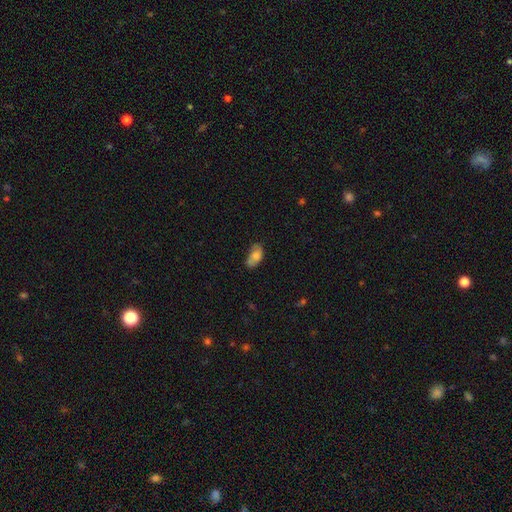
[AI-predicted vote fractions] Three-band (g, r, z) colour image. It shows a smooth galaxy with no disk features (74%) that is in between round and cigar-shaped (92%). Merging: none (50%).